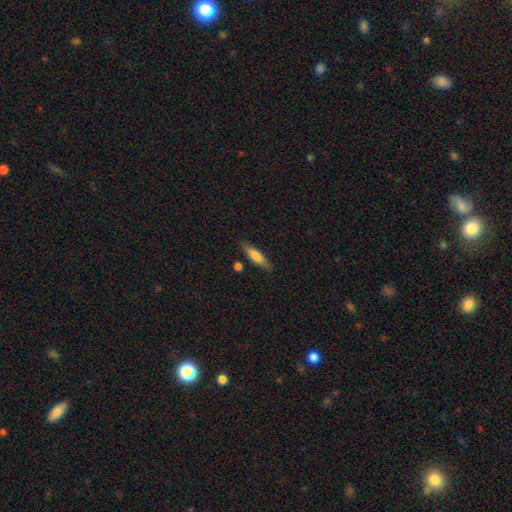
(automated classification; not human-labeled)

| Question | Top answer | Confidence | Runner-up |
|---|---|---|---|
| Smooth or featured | smooth | 73% | featured or disk (20%) |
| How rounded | cigar-shaped | 65% | in between (33%) |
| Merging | none | 79% | minor disturbance (14%) |